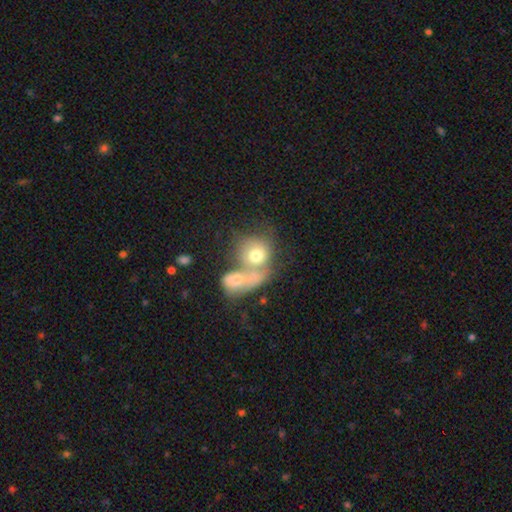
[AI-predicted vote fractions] A smooth galaxy with no disk features (66%) that is round (71%). Merging: merger (65%).